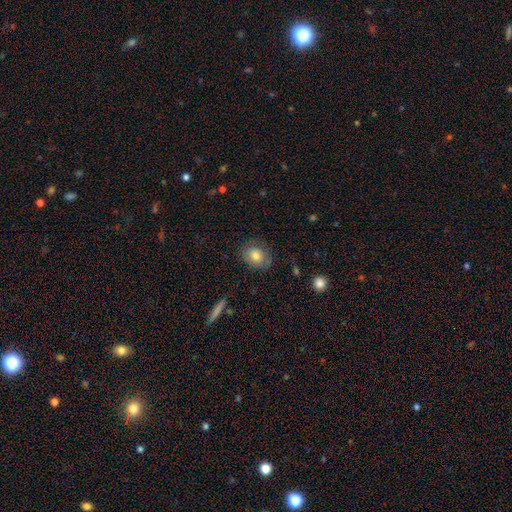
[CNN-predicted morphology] Smooth or featured?
  - smooth: 76% *
  - featured or disk: 16%
  - star or artifact: 8%
How rounded?
  - in between: 49% * (tied)
  - round: 49% * (tied)
  - cigar-shaped: 1%
Merging?
  - none: 76% *
  - minor disturbance: 17%
  - major disturbance: 5%
  - merger: 1%